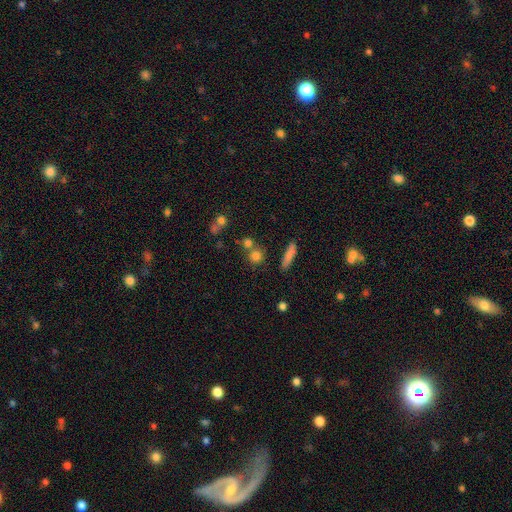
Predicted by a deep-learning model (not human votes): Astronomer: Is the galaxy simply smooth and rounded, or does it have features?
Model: smooth — 76%.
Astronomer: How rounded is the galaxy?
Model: round — 82%.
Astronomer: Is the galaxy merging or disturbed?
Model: none — 61%.